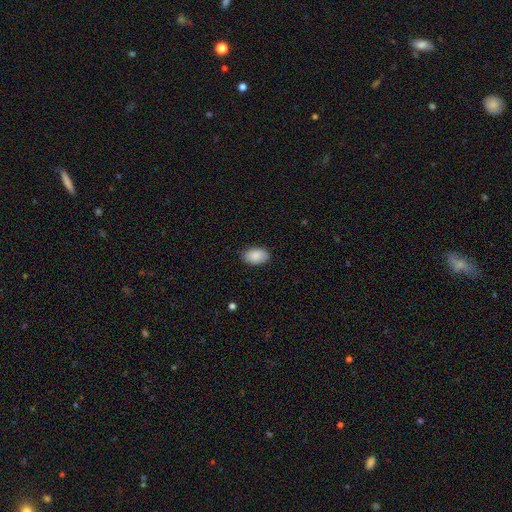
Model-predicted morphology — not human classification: Q: Smooth or featured?
A: smooth (89%); runner-up: star or artifact (7%)
Q: How rounded?
A: in between (92%); runner-up: round (7%)
Q: Merging?
A: none (87%); runner-up: minor disturbance (10%)